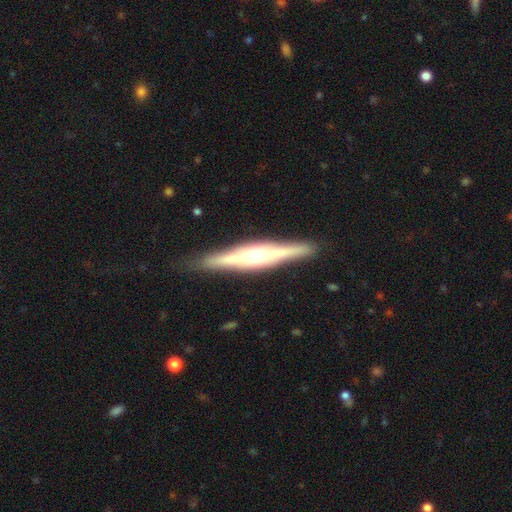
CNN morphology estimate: Smooth or featured? featured or disk (77%)
Edge-on disk? yes (97%)
Edge-on bulge? rounded (76%)
Merging? none (87%)